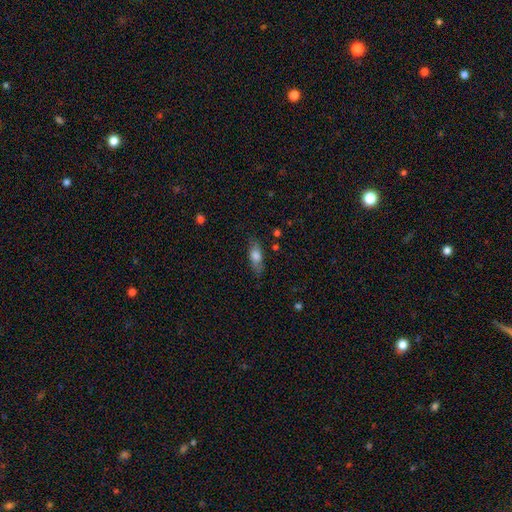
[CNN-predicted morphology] type=smooth (73%); roundness=in between (70%); merging=none (75%).